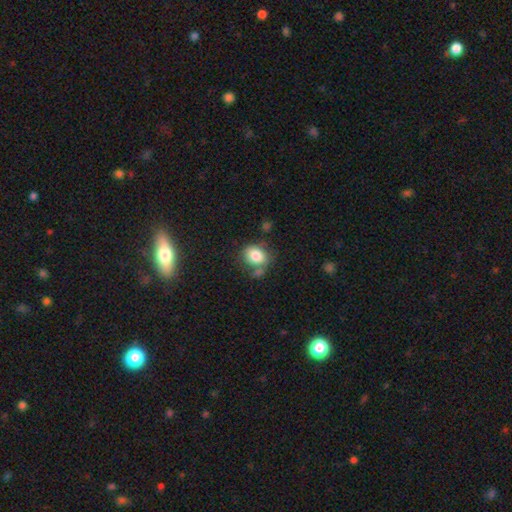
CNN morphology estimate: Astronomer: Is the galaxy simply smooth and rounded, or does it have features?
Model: smooth — 81%.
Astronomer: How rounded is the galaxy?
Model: round — 52% (runner-up: in between, 47%).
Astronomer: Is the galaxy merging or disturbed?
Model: none — 56%.